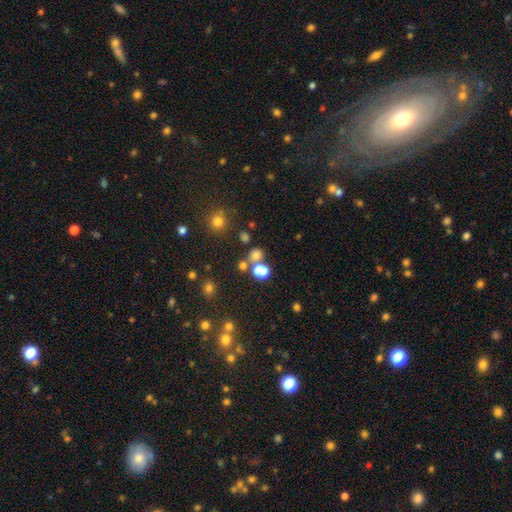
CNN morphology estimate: Overall: smooth (67%). How rounded: round (76%). Merging: none (58%; merger 29%).